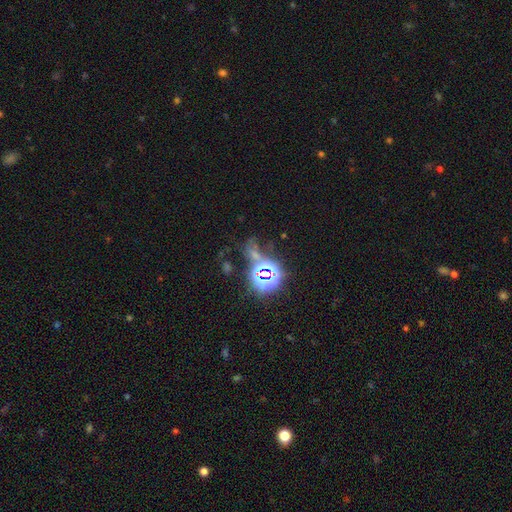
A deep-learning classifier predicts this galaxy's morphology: Smooth or featured: star or artifact — 76% (smooth — 14%)